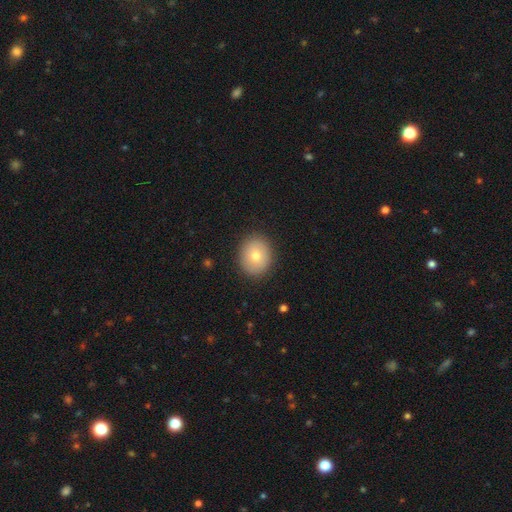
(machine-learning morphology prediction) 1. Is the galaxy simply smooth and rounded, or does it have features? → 74% smooth, 17% featured or disk, 9% star or artifact.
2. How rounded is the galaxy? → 65% round, 34% in between, 1% cigar-shaped.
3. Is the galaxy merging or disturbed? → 89% none, 8% minor disturbance, 2% major disturbance, 1% merger.